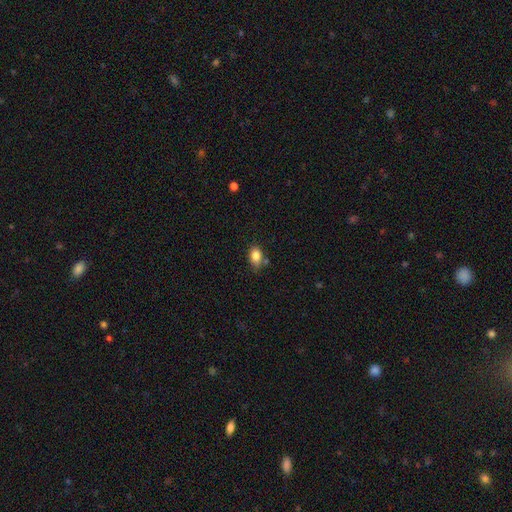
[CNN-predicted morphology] This appears to be a smooth galaxy with no disk features (83%) that is in between round and cigar-shaped (77%). Merging: none (69%).